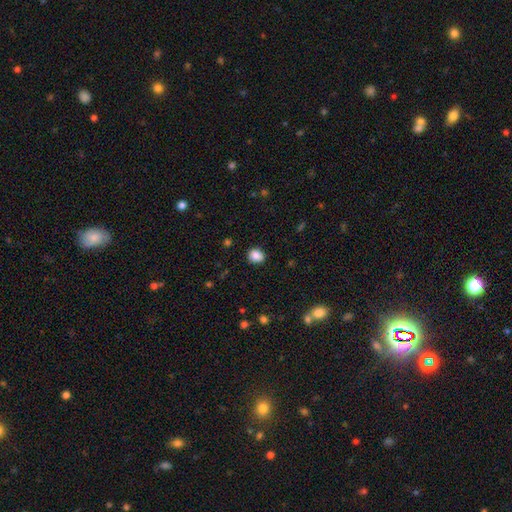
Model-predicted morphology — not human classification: This appears to be a smooth galaxy with no disk features (86%) that is round (70%). Merging: none (89%).